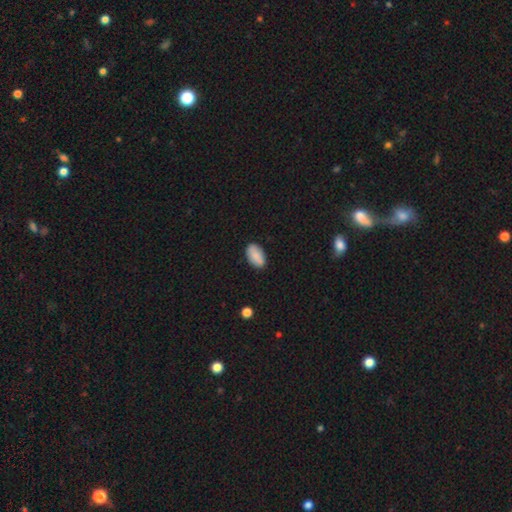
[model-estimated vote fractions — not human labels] The model was most divided on "merging": none: 82%, minor disturbance: 14%, major disturbance: 2%, merger: 2%. More confident: how rounded — in between (94%); smooth or featured — smooth (84%).